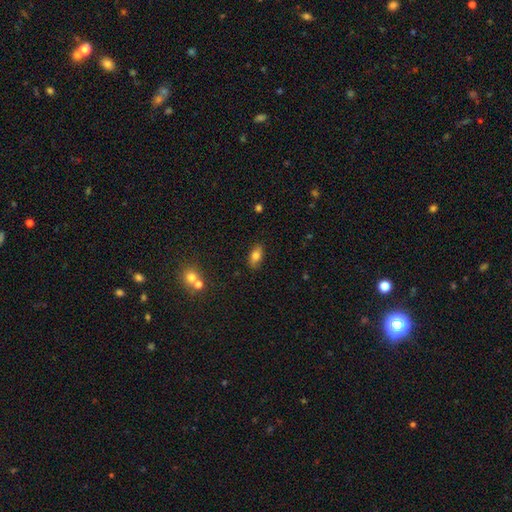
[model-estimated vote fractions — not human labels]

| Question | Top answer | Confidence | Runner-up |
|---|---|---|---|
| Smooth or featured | smooth | 77% | featured or disk (14%) |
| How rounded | in between | 87% | cigar-shaped (7%) |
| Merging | none | 85% | minor disturbance (11%) |